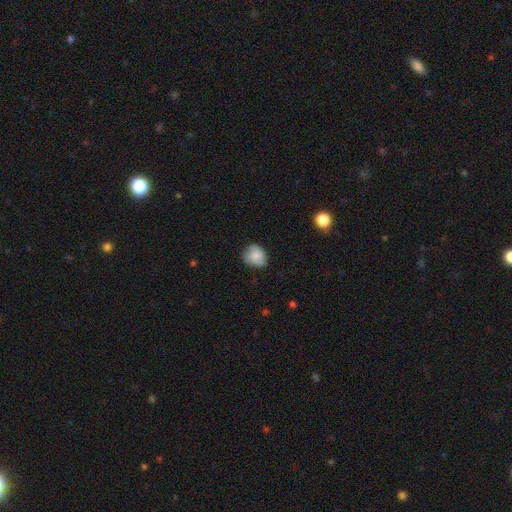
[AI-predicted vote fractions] Q: Smooth or featured?
A: smooth (62%); runner-up: featured or disk (30%)
Q: How rounded?
A: round (60%); runner-up: in between (39%)
Q: Merging?
A: none (68%); runner-up: minor disturbance (25%)